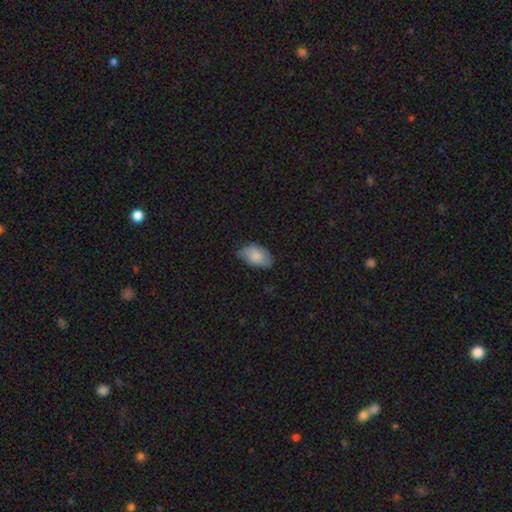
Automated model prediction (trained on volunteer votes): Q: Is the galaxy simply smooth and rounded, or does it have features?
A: smooth — 81%.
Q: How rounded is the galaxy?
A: in between — 92%.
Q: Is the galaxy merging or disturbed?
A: none — 54%.